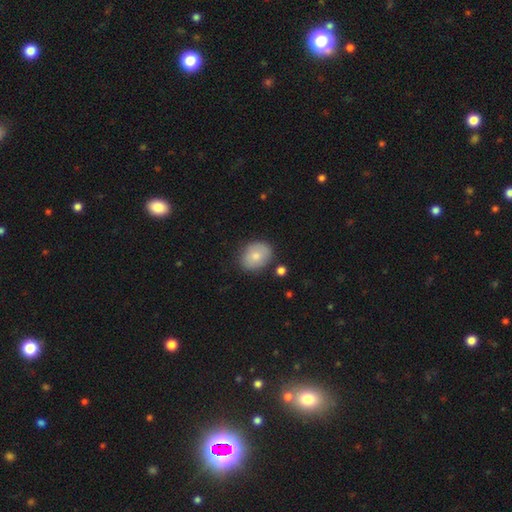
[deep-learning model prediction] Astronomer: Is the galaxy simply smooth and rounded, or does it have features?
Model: smooth — 77%.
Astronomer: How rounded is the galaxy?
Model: in between — 55% (runner-up: round, 44%).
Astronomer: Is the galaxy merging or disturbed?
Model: none — 77%.